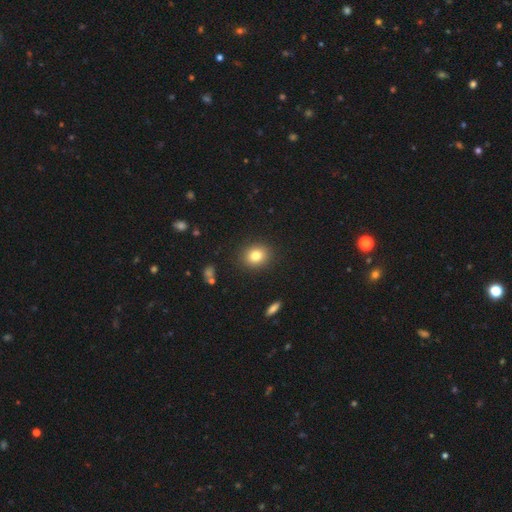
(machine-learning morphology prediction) The model was most divided on "how rounded": round: 72%, in between: 27%, cigar-shaped: 1%. More confident: merging — none (90%); smooth or featured — smooth (81%).